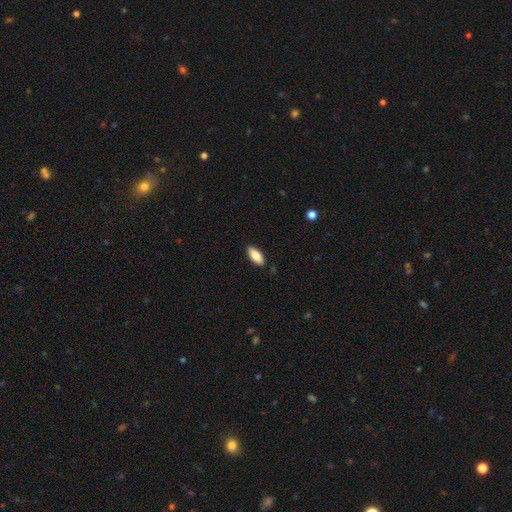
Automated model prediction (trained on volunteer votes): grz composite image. It shows a smooth galaxy with no disk features (81%) that is in between round and cigar-shaped (84%). Merging: none (89%).